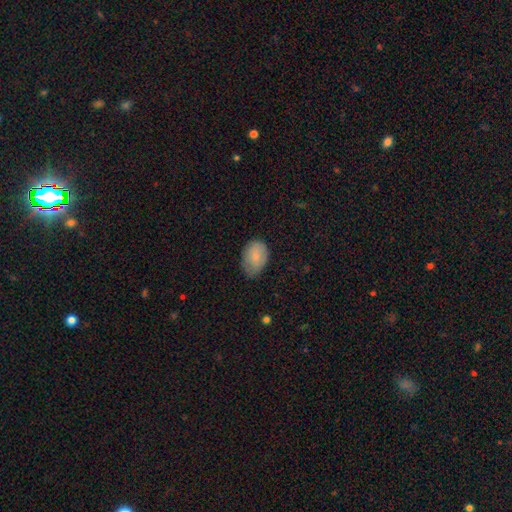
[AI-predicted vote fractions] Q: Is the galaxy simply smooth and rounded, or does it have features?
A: smooth — 82%.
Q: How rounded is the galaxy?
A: in between — 82%.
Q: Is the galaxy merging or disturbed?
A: none — 60%.